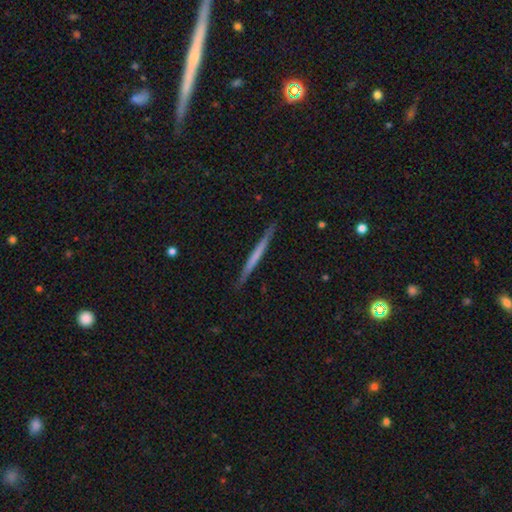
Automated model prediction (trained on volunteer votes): Morphology: type=featured or disk (49%); merging=none (91%).